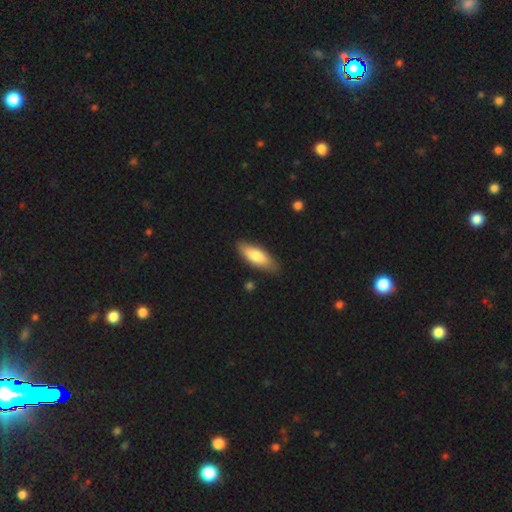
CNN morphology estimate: smooth_or_featured: smooth (p=0.77) [alt: featured or disk p=0.18]
how_rounded: in between (p=0.63) [alt: cigar-shaped p=0.35]
merging: none (p=0.83) [alt: minor disturbance p=0.13]